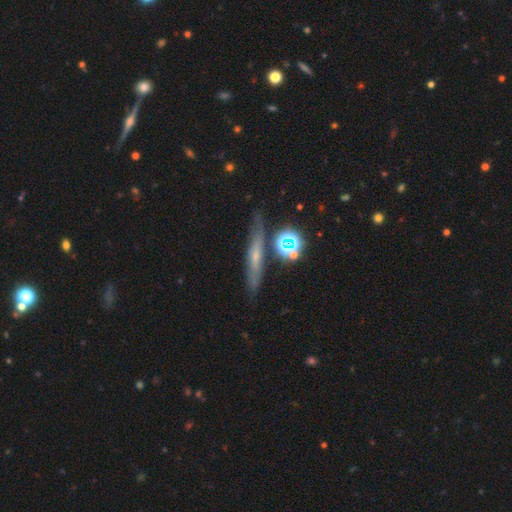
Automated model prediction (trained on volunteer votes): featured or disk 53%, smooth 30%, star or artifact 17%. Down the decision tree: edge-on disk — yes (87%); merging — none (78%).